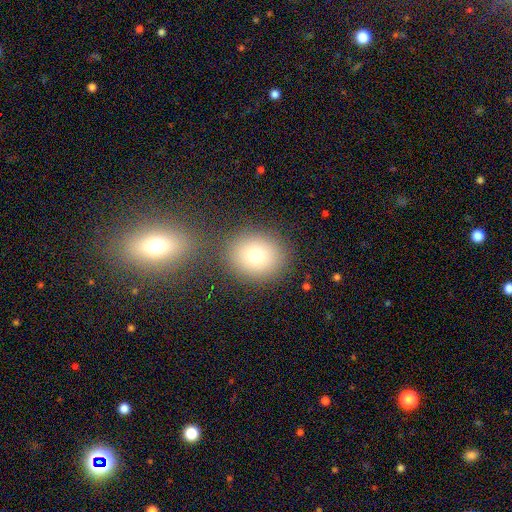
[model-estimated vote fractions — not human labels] A smooth galaxy with no disk features (75%) that is round (72%). Merging: none (80%).